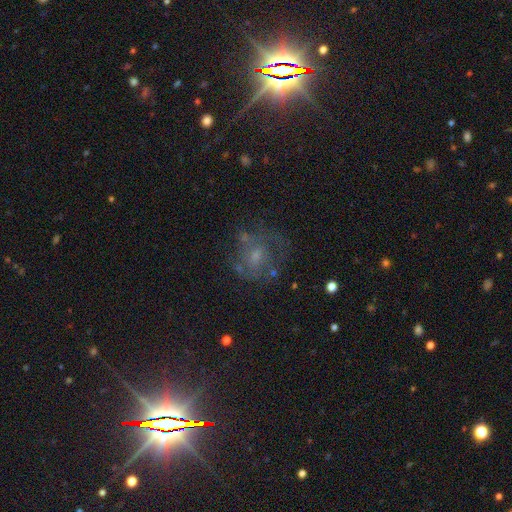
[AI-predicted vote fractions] Overall: featured or disk (49%; smooth 27%). Merging: none (59%; minor disturbance 19%).